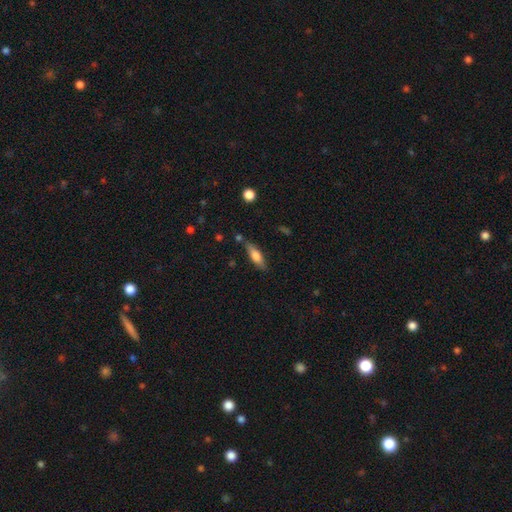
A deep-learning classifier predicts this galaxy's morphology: Smooth or featured? Predicted: smooth (p=0.66). How rounded? Predicted: cigar-shaped (p=0.54). Merging? Predicted: none (p=0.76).